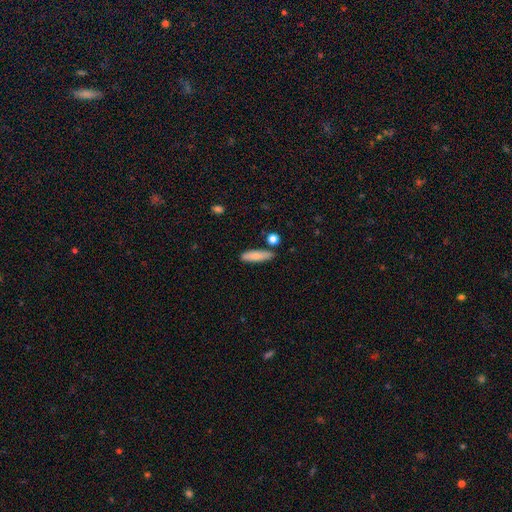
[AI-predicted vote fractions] The model was most divided on "how rounded": cigar-shaped: 64%, in between: 33%, round: 2%. More confident: smooth or featured — smooth (82%); merging — none (79%).